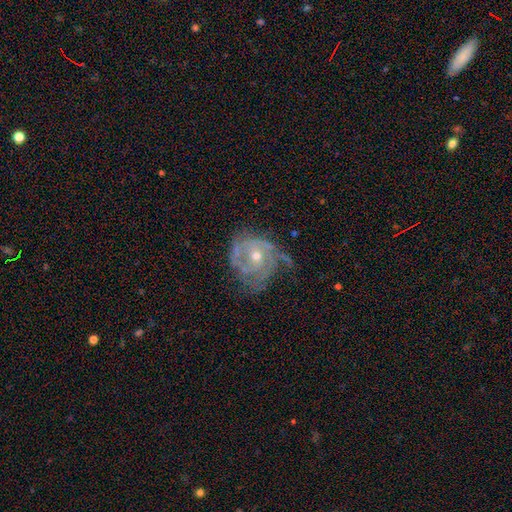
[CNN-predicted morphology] A featured or disk galaxy (84%) with no bar (75%), tight (55%) spiral arms (91%) and a moderate central bulge (57%). Merging: none (49%).